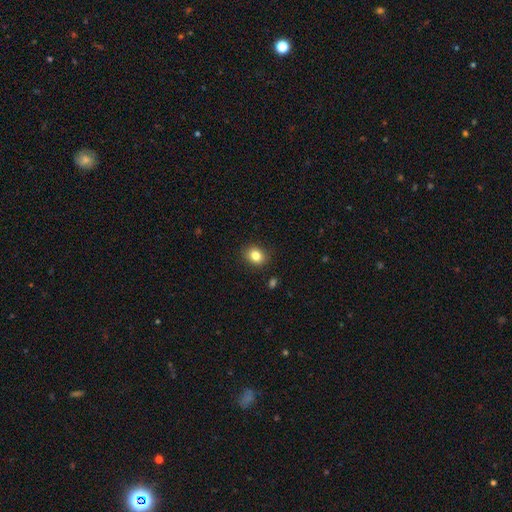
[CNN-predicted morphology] Smooth or featured: smooth — 83% (star or artifact — 10%)
How rounded: round — 57% (in between — 42%)
Merging: none — 88% (minor disturbance — 9%)